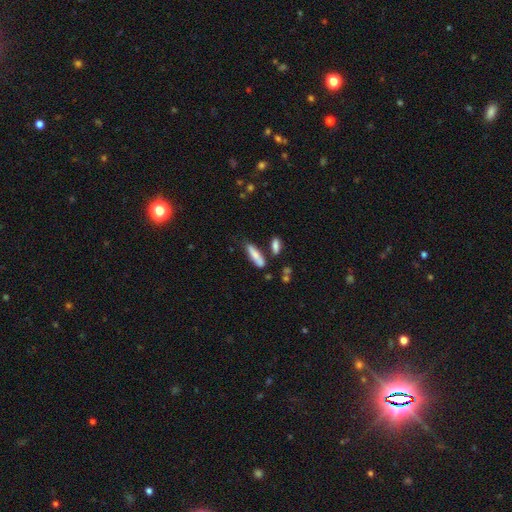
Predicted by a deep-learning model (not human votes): smooth 77%, featured or disk 17%, star or artifact 7%. Down the decision tree: how rounded — cigar-shaped (69%); merging — none (66%).